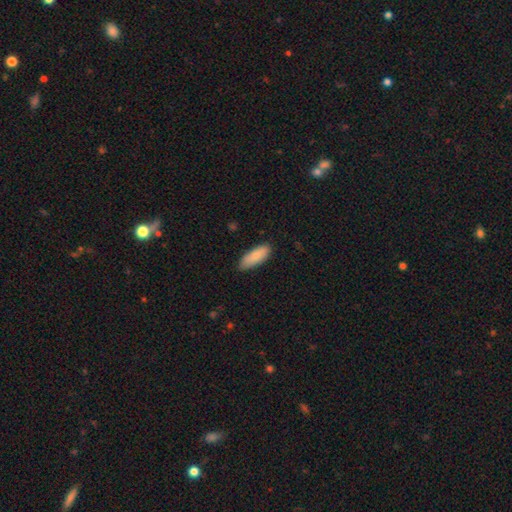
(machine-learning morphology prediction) Smooth or featured? smooth (84%)
How rounded? in between (72%)
Merging? none (84%)